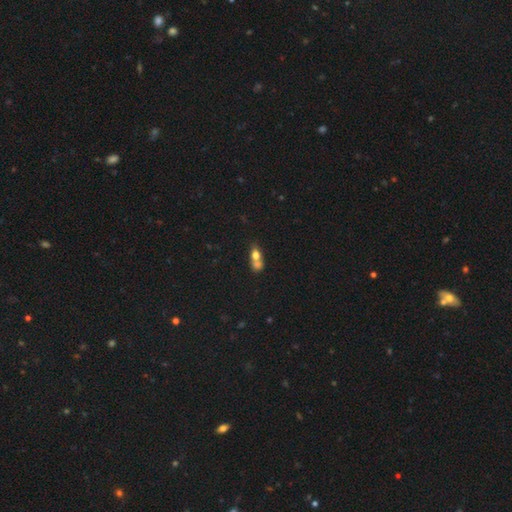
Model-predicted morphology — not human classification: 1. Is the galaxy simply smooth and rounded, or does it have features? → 68% smooth, 22% featured or disk, 11% star or artifact.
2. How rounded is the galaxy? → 60% in between, 33% round, 7% cigar-shaped.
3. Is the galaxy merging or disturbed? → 61% merger, 24% none, 9% minor disturbance, 5% major disturbance.